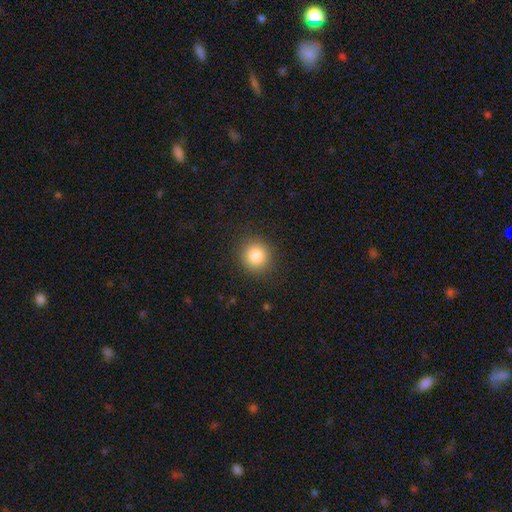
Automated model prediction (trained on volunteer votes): Overall: smooth (84%). How rounded: round (91%). Merging: none (90%).